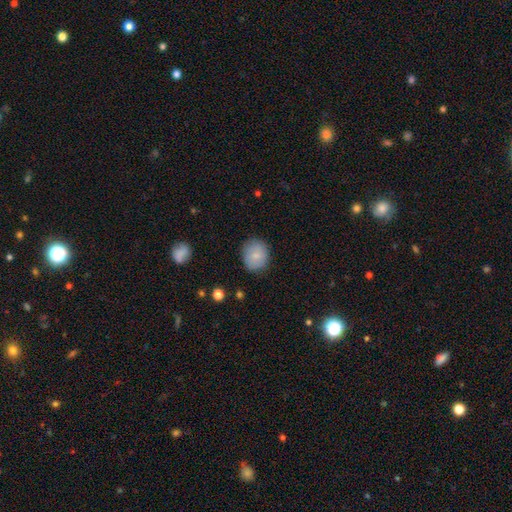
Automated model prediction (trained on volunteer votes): This appears to be a smooth galaxy with no disk features (80%) that is round (70%). Merging: none (82%).